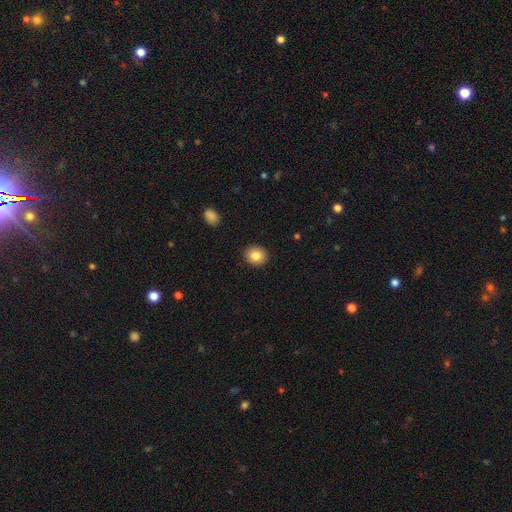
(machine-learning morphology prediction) smooth 84%, star or artifact 9%, featured or disk 7%. Down the decision tree: how rounded — round (74%); merging — none (91%).